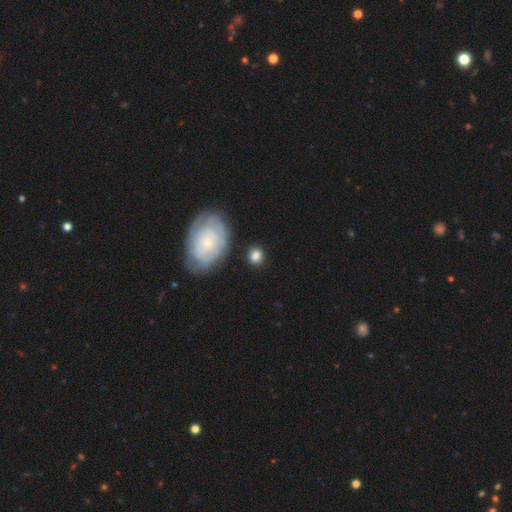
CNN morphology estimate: Q: Smooth or featured?
A: smooth (75%); runner-up: featured or disk (17%)
Q: How rounded?
A: round (71%); runner-up: in between (28%)
Q: Merging?
A: none (79%); runner-up: minor disturbance (12%)